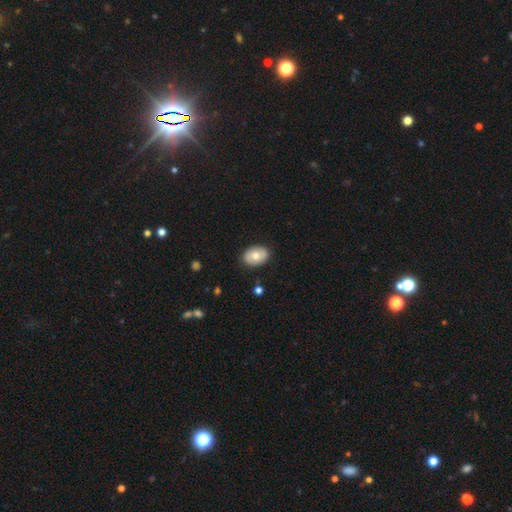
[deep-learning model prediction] Smooth or featured: smooth — 72% (featured or disk — 22%)
How rounded: in between — 78% (round — 21%)
Merging: none — 87% (minor disturbance — 9%)